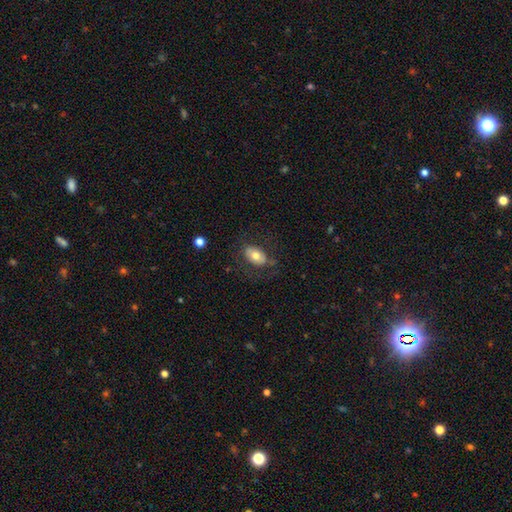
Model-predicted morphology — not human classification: Q: Smooth or featured?
A: smooth (67%); runner-up: featured or disk (25%)
Q: How rounded?
A: in between (90%); runner-up: round (8%)
Q: Merging?
A: none (69%); runner-up: minor disturbance (17%)